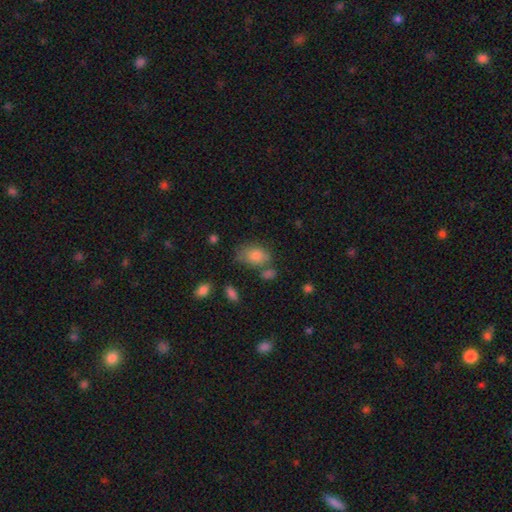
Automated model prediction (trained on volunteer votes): Smooth or featured: smooth — 81% (featured or disk — 10%)
How rounded: in between — 82% (round — 16%)
Merging: none — 56% (minor disturbance — 23%)